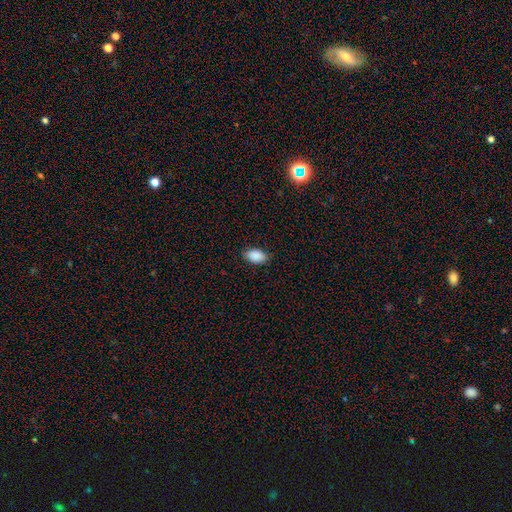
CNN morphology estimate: type=smooth (90%); roundness=in between (92%); merging=none (86%).